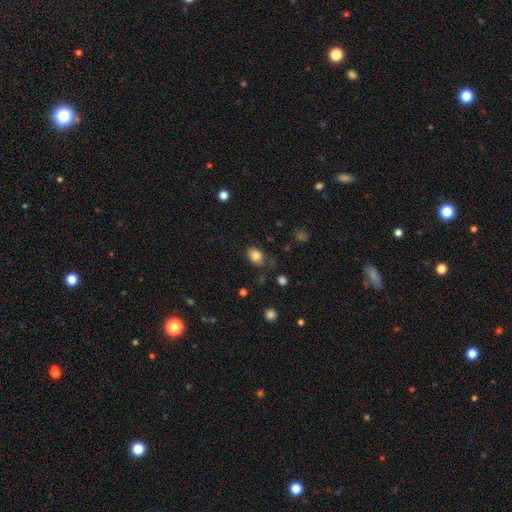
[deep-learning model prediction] Morphology: type=smooth (82%); roundness=in between (66%); merging=none (71%).